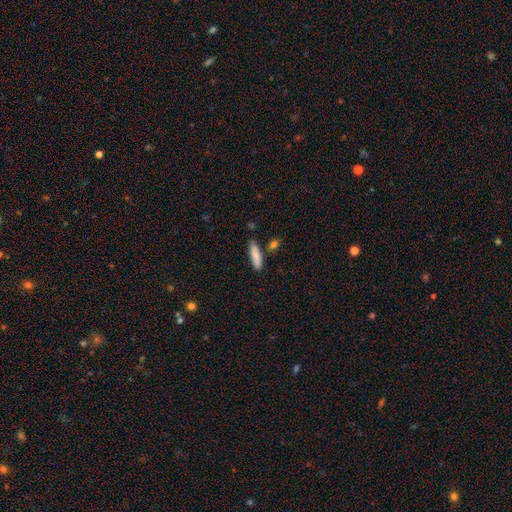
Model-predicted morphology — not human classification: Smooth or featured?
  - smooth: 83% *
  - featured or disk: 11%
  - star or artifact: 6%
How rounded?
  - cigar-shaped: 64% *
  - in between: 34%
  - round: 2%
Merging?
  - none: 78% *
  - minor disturbance: 13%
  - merger: 6%
  - major disturbance: 3%